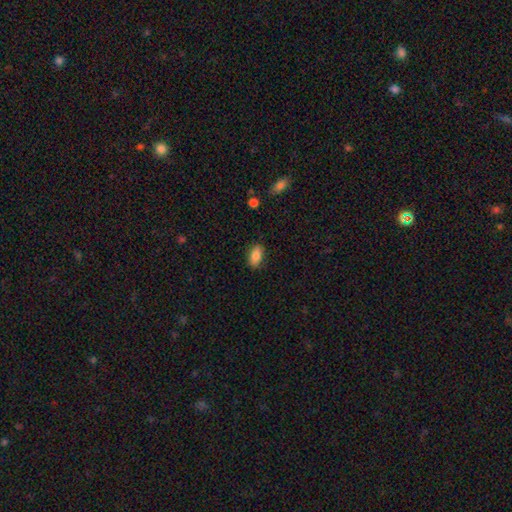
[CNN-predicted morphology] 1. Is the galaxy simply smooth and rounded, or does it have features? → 83% smooth, 9% featured or disk, 8% star or artifact.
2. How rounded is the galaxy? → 90% in between, 6% cigar-shaped, 5% round.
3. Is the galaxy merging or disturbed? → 86% none, 10% minor disturbance, 2% major disturbance, 1% merger.